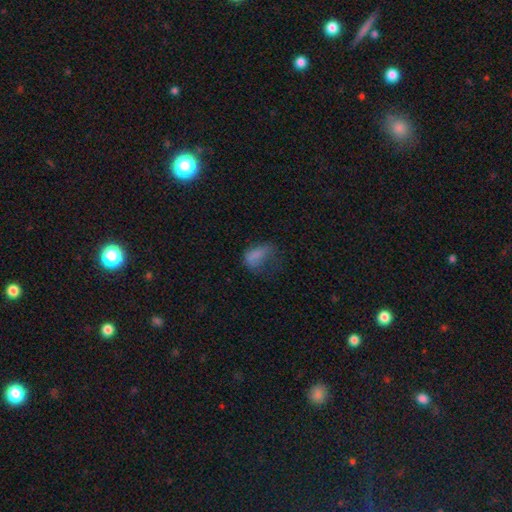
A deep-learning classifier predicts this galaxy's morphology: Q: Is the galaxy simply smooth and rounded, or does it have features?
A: smooth — 67%.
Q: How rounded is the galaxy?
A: in between — 83%.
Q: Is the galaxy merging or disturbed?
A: major disturbance — 51%.